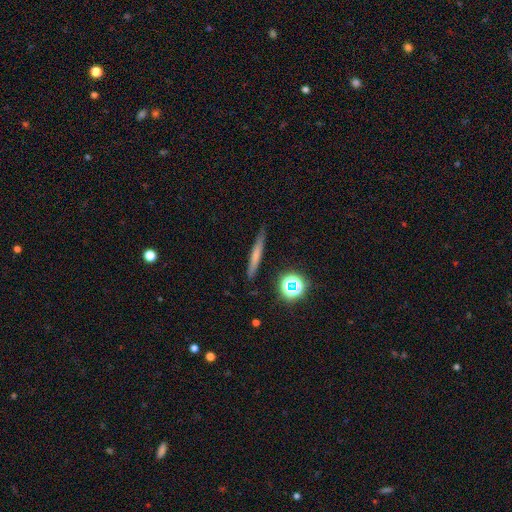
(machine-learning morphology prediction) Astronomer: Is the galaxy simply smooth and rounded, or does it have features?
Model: smooth — 57%.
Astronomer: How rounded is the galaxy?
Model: cigar-shaped — 90%.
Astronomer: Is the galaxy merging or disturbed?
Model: none — 84%.